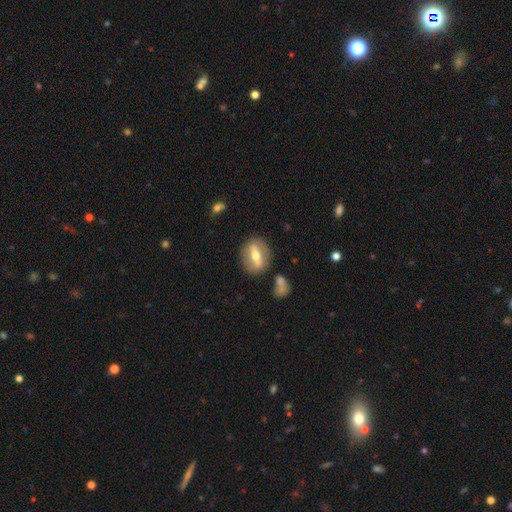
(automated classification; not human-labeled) Morphology: type=featured or disk (59%); edge-on=no (63%); merging=none (81%).